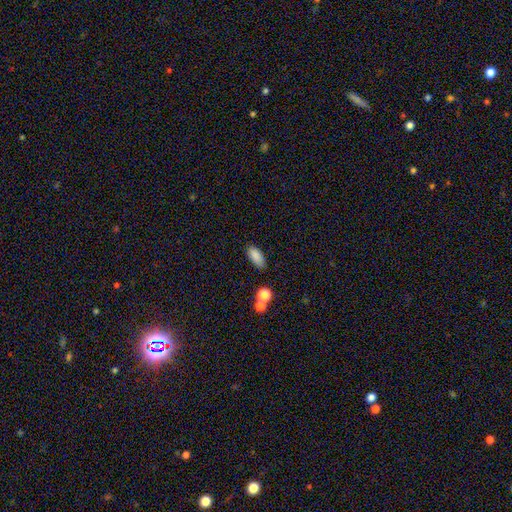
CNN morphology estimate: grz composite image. It shows a smooth galaxy with no disk features (86%) that is in between round and cigar-shaped (86%). Merging: none (79%).